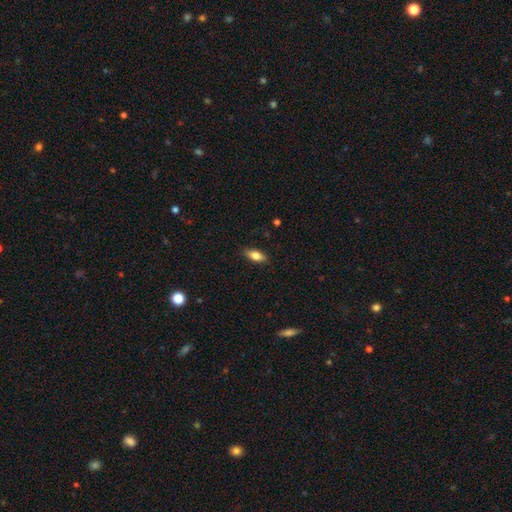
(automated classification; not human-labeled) This appears to be a smooth galaxy with no disk features (79%) that is in between round and cigar-shaped (82%). Merging: none (85%).